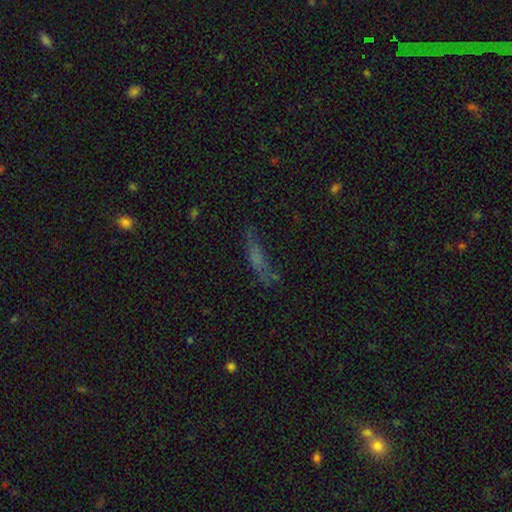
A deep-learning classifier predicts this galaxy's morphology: Q: Smooth or featured?
A: smooth (56%); runner-up: featured or disk (26%)
Q: How rounded?
A: cigar-shaped (71%); runner-up: in between (26%)
Q: Merging?
A: none (58%); runner-up: minor disturbance (24%)